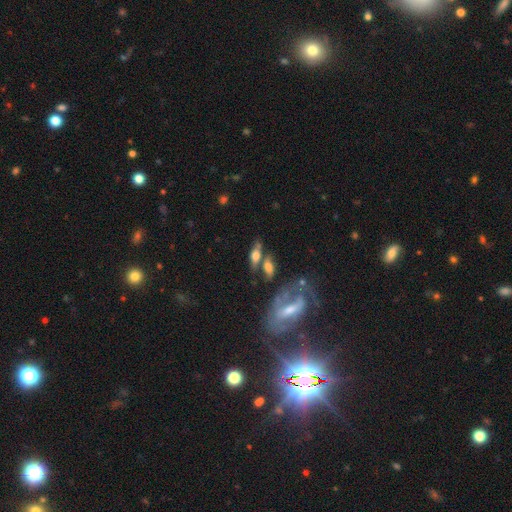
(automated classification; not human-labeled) This is possibly a smooth galaxy (45%). Merging: possibly none (49%).